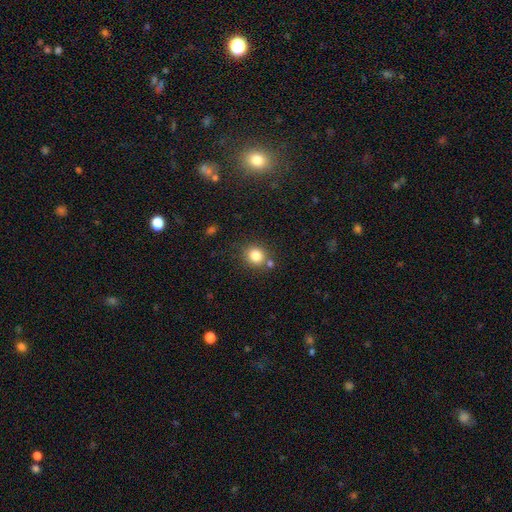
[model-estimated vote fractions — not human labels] smooth 82%, star or artifact 11%, featured or disk 7%. Down the decision tree: how rounded — round (81%); merging — none (75%).